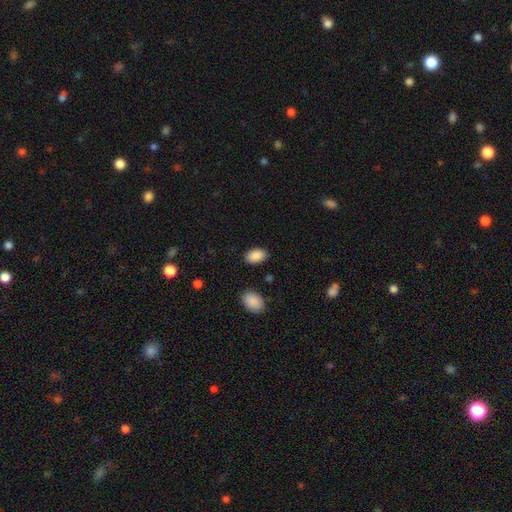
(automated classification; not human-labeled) smooth 89%, star or artifact 7%, featured or disk 4%. Down the decision tree: how rounded — in between (92%); merging — none (86%).